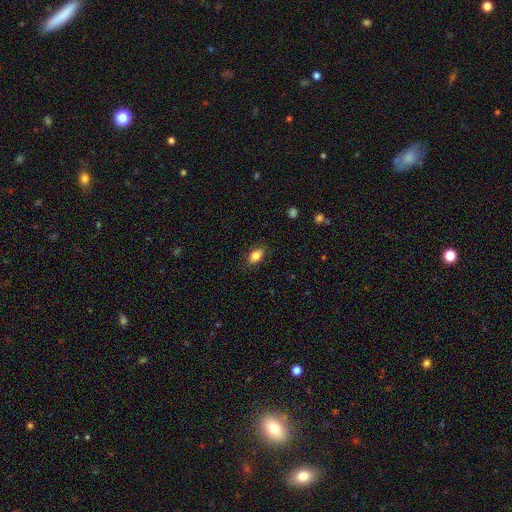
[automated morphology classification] This is clearly a smooth galaxy (84%). How rounded: clearly in between (86%). Merging: clearly none (85%).